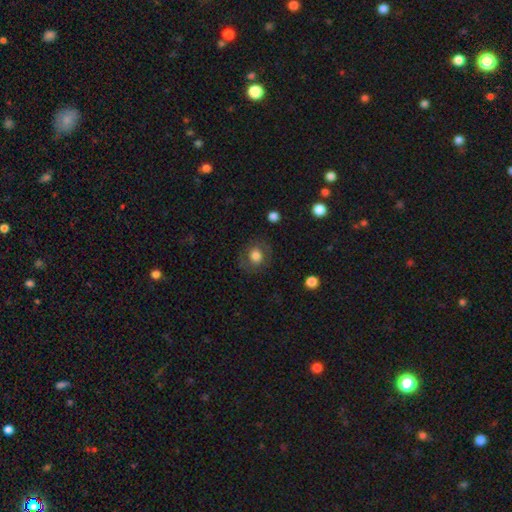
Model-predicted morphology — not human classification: Overall: smooth (69%). How rounded: round (79%). Merging: none (79%).